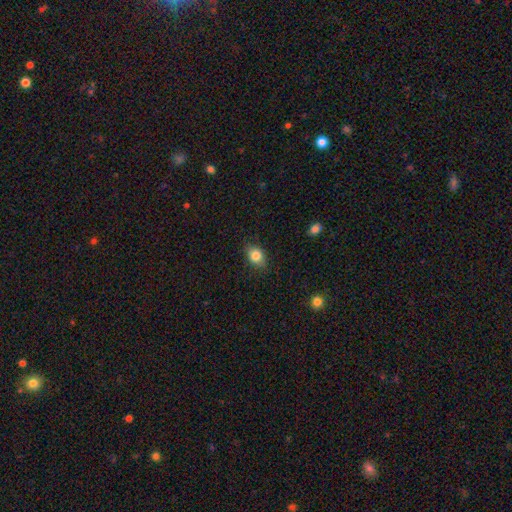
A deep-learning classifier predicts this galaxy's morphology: smooth 84%, star or artifact 9%, featured or disk 7%. Down the decision tree: how rounded — in between (68%); merging — none (84%).